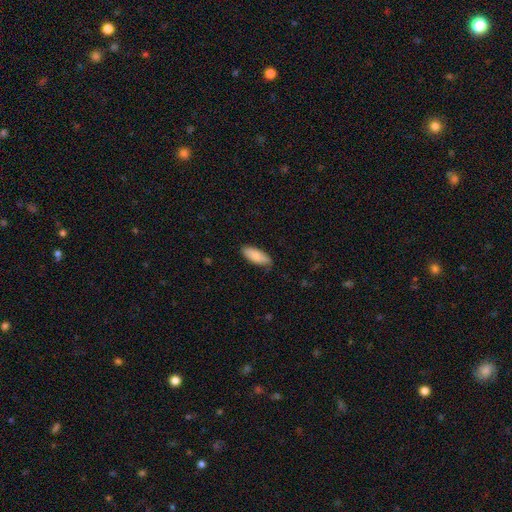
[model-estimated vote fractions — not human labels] Q: Smooth or featured?
A: smooth (86%); runner-up: featured or disk (9%)
Q: How rounded?
A: in between (76%); runner-up: cigar-shaped (22%)
Q: Merging?
A: none (81%); runner-up: minor disturbance (15%)